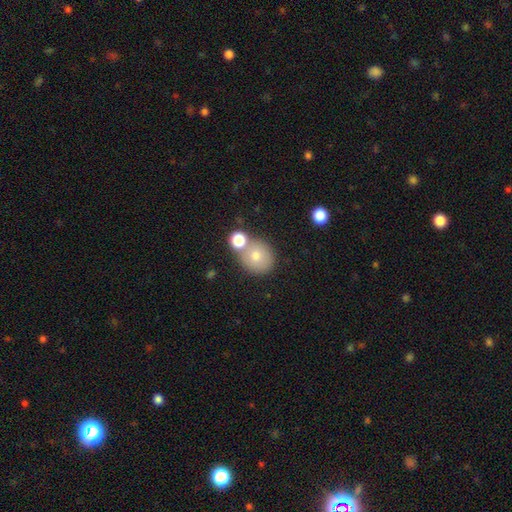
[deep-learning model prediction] A smooth galaxy with no disk features (74%) that is round (86%).

Vote fractions:
- Smooth or featured? smooth: 74% / featured or disk: 15% / star or artifact: 11%
- How rounded? round: 86% / in between: 13% / cigar-shaped: 1%
- Merging? none: 58% / merger: 28% / minor disturbance: 11% / major disturbance: 4%